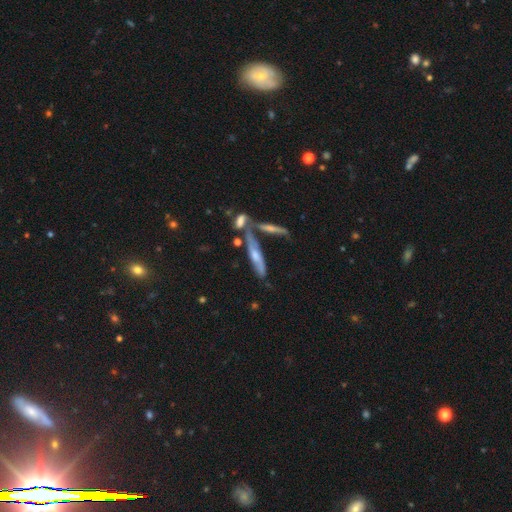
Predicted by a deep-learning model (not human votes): Smooth or featured? featured or disk (57%)
Edge-on disk? yes (62%)
Merging? none (41%)